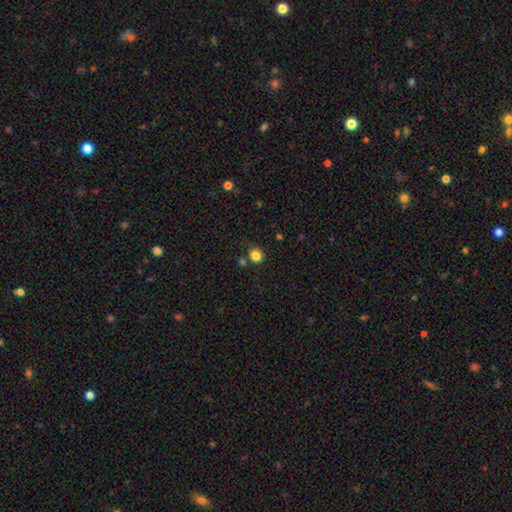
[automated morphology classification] Smooth or featured? smooth (83%)
How rounded? round (86%)
Merging? none (76%)